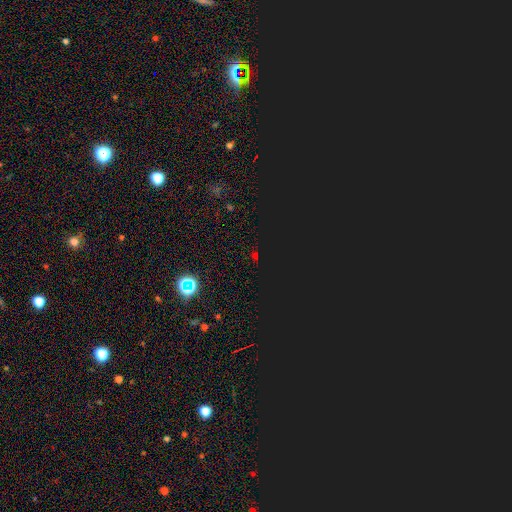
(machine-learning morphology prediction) A star or artifact, not a galaxy (76%).